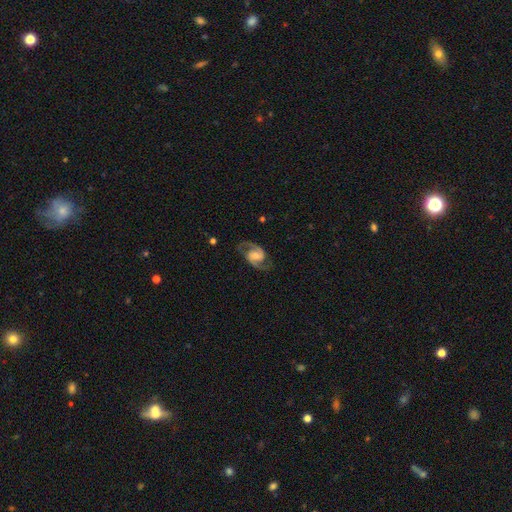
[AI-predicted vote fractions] This is clearly a featured or disk galaxy (90%). It is clearly not viewed edge-on (98%). Bar: possibly weak (47%). Spiral arm pattern: clearly yes (98%). Spiral arm count: clearly 2 (94%). Spiral winding: likely medium (61%). Central bulge: marginally moderate (41%). Merging: clearly none (81%).